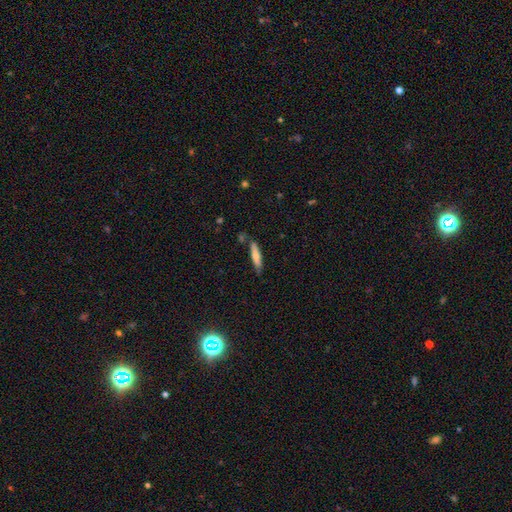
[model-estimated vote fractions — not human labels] smooth 67%, featured or disk 27%, star or artifact 6%. Down the decision tree: how rounded — cigar-shaped (86%); merging — none (78%).